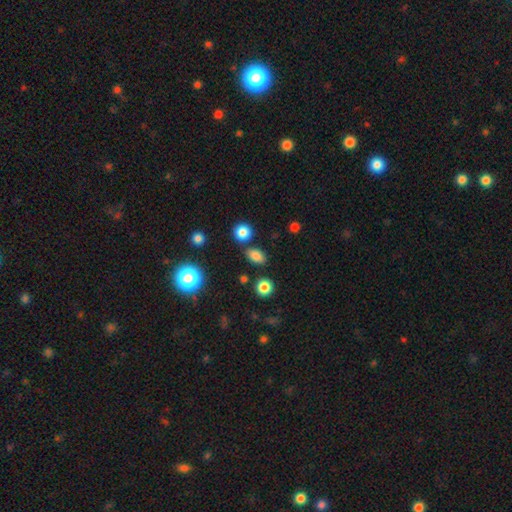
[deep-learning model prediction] A smooth galaxy with no disk features (80%) that is in between round and cigar-shaped (76%). Merging: none (81%).